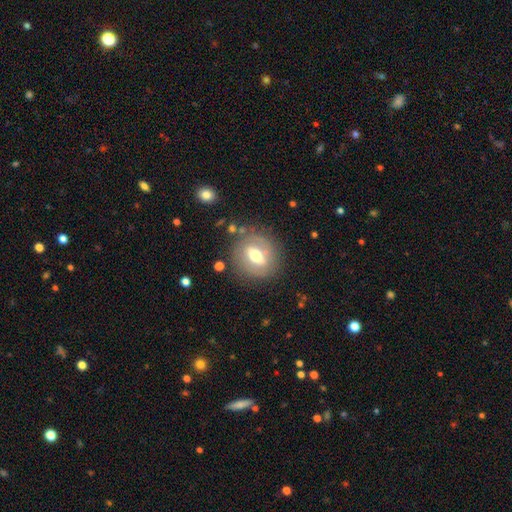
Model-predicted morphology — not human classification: Smooth or featured: featured or disk — 48% (smooth — 44%)
Merging: none — 77% (minor disturbance — 13%)